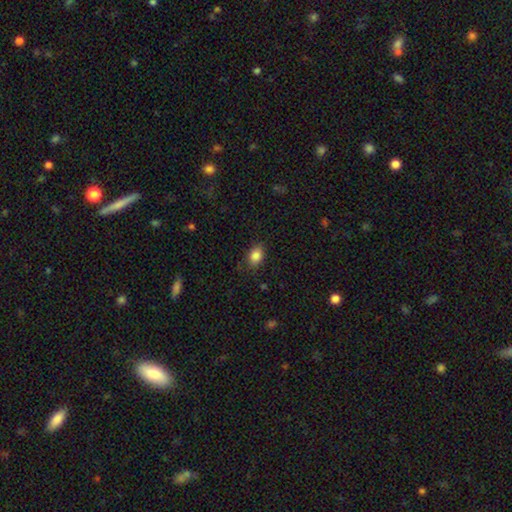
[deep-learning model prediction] Smooth or featured? Predicted: smooth (p=0.86). How rounded? Predicted: in between (p=0.76). Merging? Predicted: none (p=0.83).